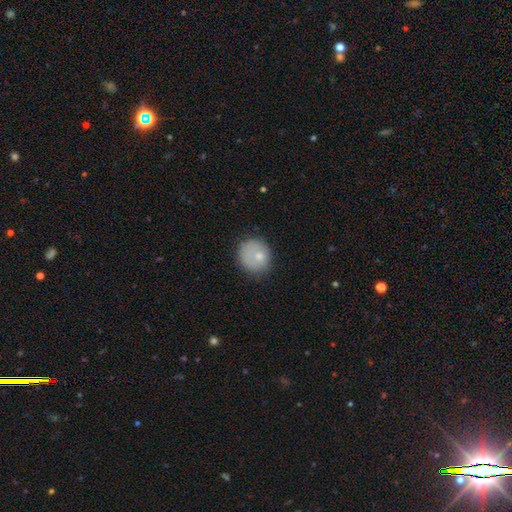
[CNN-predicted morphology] Smooth or featured? Predicted: smooth (p=0.72). How rounded? Predicted: round (p=0.81). Merging? Predicted: none (p=0.66).